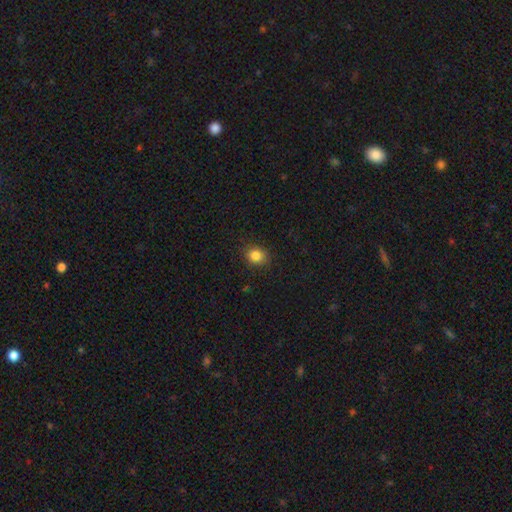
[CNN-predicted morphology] Smooth or featured?
  - smooth: 84% *
  - star or artifact: 11%
  - featured or disk: 5%
How rounded?
  - round: 65% *
  - in between: 34%
  - cigar-shaped: 1%
Merging?
  - none: 88% *
  - minor disturbance: 9%
  - major disturbance: 2%
  - merger: 1%